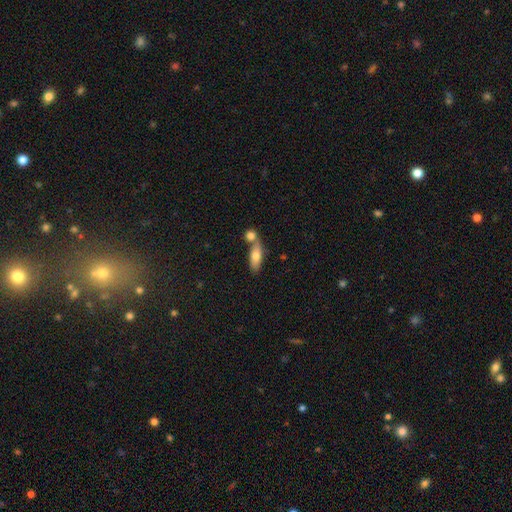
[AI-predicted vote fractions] Q: Smooth or featured?
A: smooth (72%); runner-up: featured or disk (21%)
Q: How rounded?
A: in between (68%); runner-up: cigar-shaped (29%)
Q: Merging?
A: none (46%); runner-up: merger (40%)